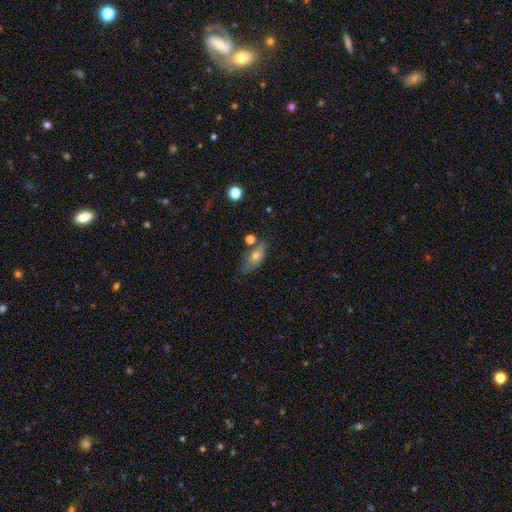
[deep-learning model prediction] Overall: smooth (63%; featured or disk 27%). How rounded: in between (76%). Merging: none (60%; minor disturbance 23%).